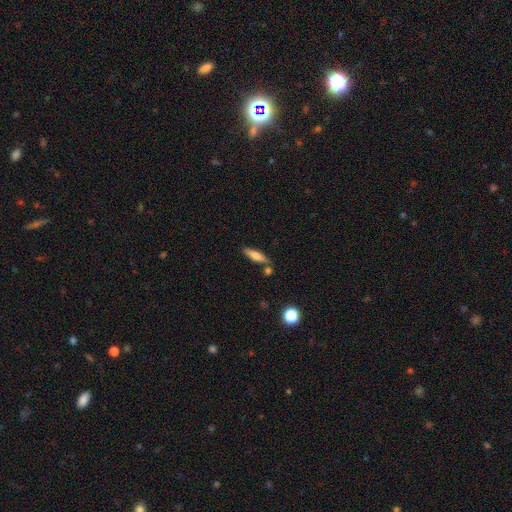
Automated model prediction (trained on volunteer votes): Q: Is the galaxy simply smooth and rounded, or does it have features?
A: smooth — 65%.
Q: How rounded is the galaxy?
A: cigar-shaped — 67%.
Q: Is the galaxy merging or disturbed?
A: none — 72%.